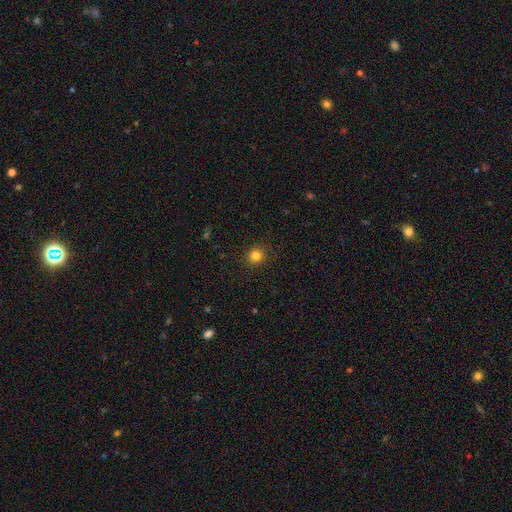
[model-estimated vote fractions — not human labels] smooth 82%, star or artifact 13%, featured or disk 5%. Down the decision tree: how rounded — round (90%); merging — none (91%).